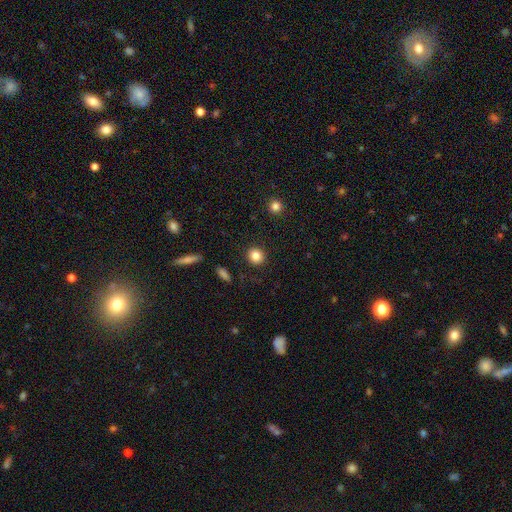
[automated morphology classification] This appears to be a smooth galaxy with no disk features (84%) that is round (88%). Merging: none (90%).